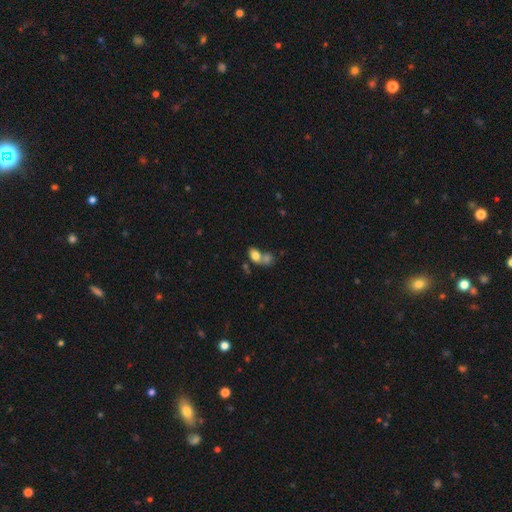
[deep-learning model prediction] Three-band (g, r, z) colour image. It shows a smooth galaxy with no disk features (77%) that is in between round and cigar-shaped (81%). Merging: merger (58%).